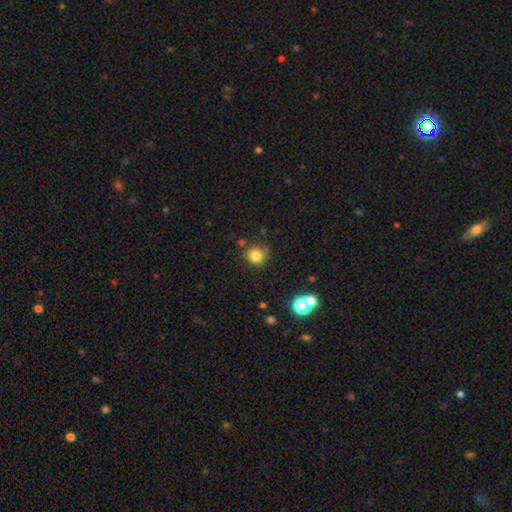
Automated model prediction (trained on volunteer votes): Smooth or featured: smooth — 82% (star or artifact — 12%)
How rounded: round — 88% (in between — 11%)
Merging: none — 75% (minor disturbance — 16%)